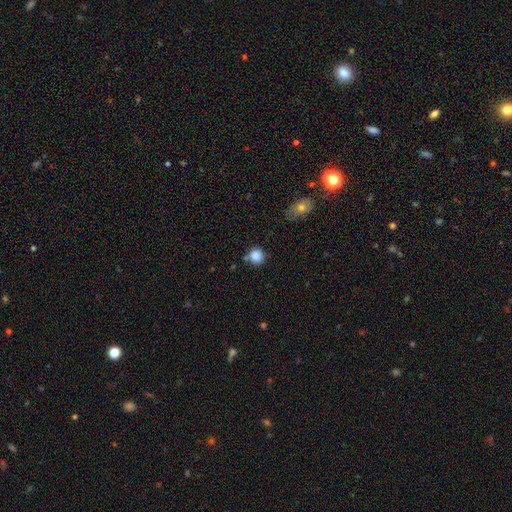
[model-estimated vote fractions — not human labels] A smooth galaxy with no disk features (85%) that is round (91%). Merging: none (76%).